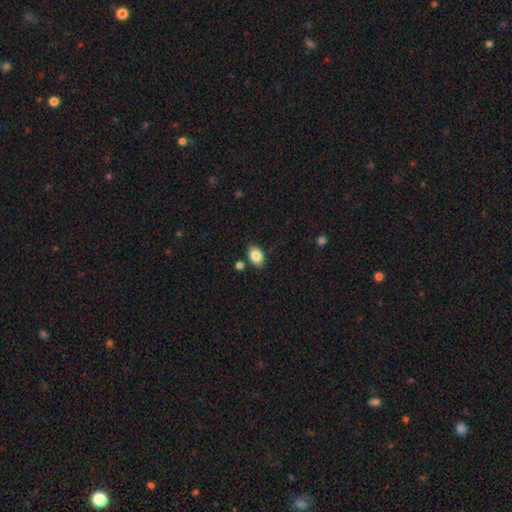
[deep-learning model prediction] Morphology: type=smooth (86%); roundness=in between (84%); merging=none (82%).